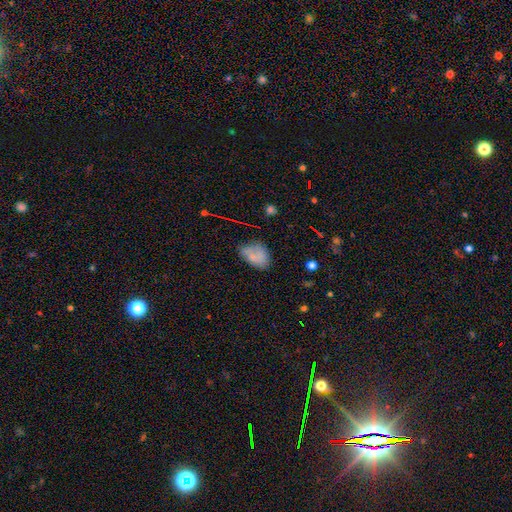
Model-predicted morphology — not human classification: Smooth or featured?
  - smooth: 71% *
  - featured or disk: 16%
  - star or artifact: 13%
How rounded?
  - in between: 83% *
  - round: 16%
  - cigar-shaped: 2%
Merging?
  - none: 51% *
  - minor disturbance: 28%
  - major disturbance: 11%
  - merger: 11%